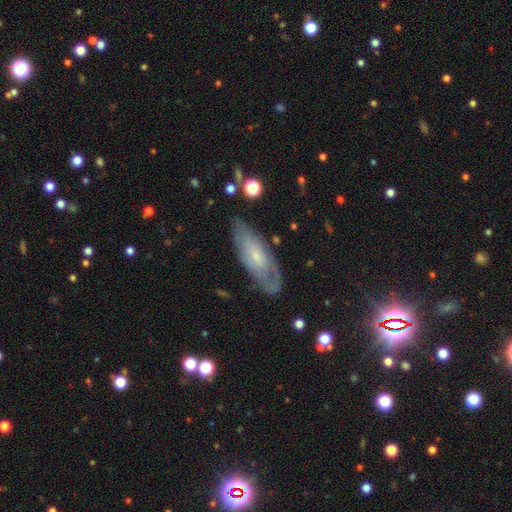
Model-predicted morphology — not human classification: Smooth or featured?
  - featured or disk: 56% *
  - smooth: 37%
  - star or artifact: 7%
Edge-on disk?
  - no: 77% *
  - yes: 23%
Merging?
  - none: 71% *
  - minor disturbance: 20%
  - major disturbance: 7%
  - merger: 2%